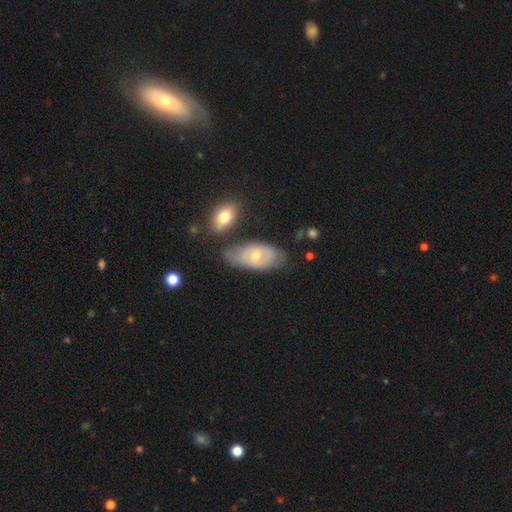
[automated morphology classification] Smooth or featured? featured or disk (50%)
Edge-on disk? no (89%)
Merging? none (55%)